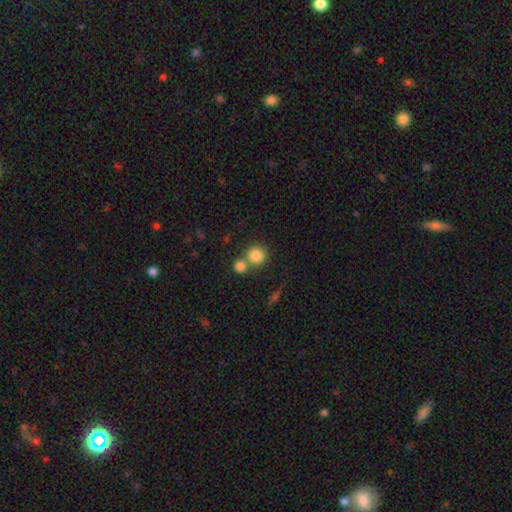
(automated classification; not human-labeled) This appears to be a smooth galaxy with no disk features (84%) that is round (90%). Merging: none (52%).